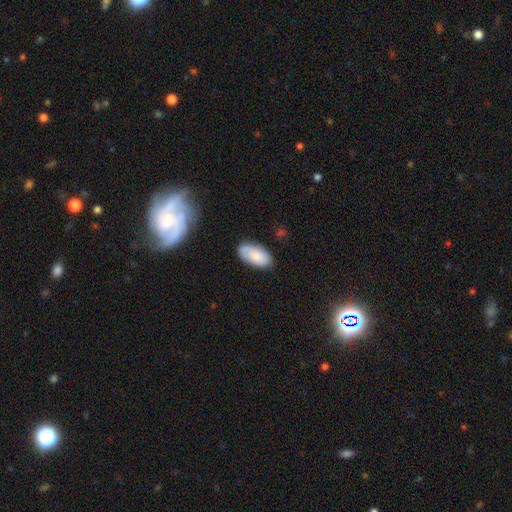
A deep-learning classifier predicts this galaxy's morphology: Smooth or featured: smooth — 78% (featured or disk — 15%)
How rounded: in between — 94% (cigar-shaped — 3%)
Merging: none — 77% (minor disturbance — 18%)